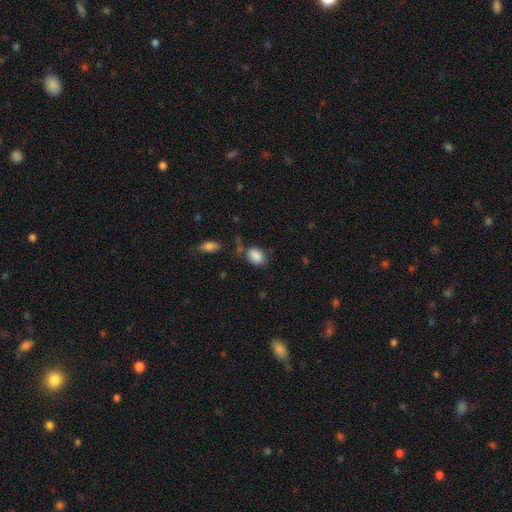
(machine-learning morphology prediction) smooth 86%, star or artifact 8%, featured or disk 5%. Down the decision tree: how rounded — in between (69%); merging — none (61%).